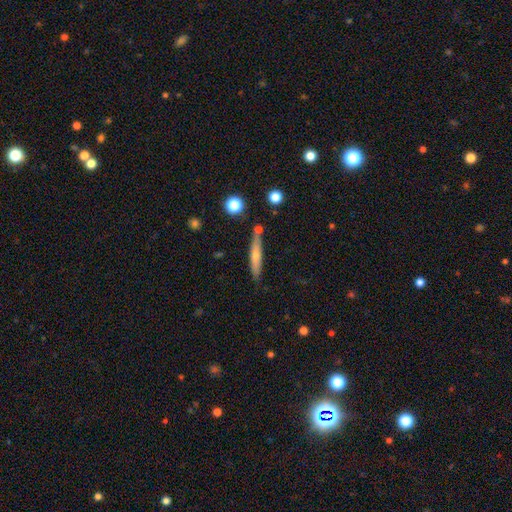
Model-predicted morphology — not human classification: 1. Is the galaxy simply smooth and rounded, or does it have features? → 56% smooth, 38% featured or disk, 7% star or artifact.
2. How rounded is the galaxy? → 90% cigar-shaped, 8% in between, 2% round.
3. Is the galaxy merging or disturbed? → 76% none, 14% minor disturbance, 7% merger, 3% major disturbance.